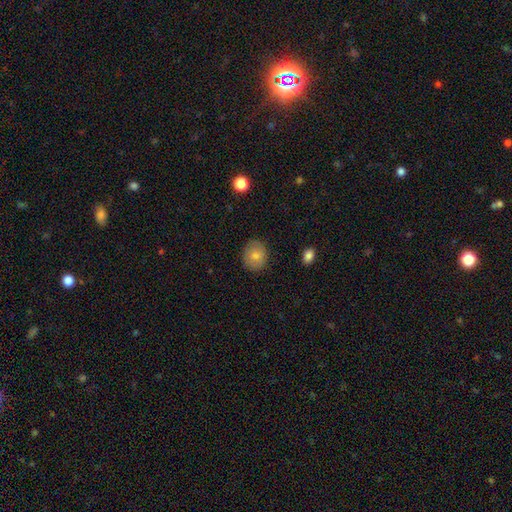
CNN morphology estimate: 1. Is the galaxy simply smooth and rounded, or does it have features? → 78% smooth, 14% featured or disk, 8% star or artifact.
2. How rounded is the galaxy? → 72% round, 28% in between, 1% cigar-shaped.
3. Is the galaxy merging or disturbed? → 83% none, 13% minor disturbance, 3% major disturbance, 1% merger.